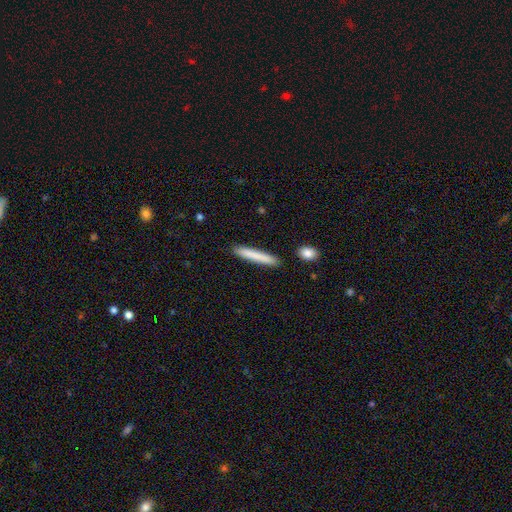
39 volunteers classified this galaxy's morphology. Smooth or featured? 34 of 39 (87%) said smooth. How rounded? 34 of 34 (100%) said cigar-shaped. Merging? 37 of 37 (100%) said none.